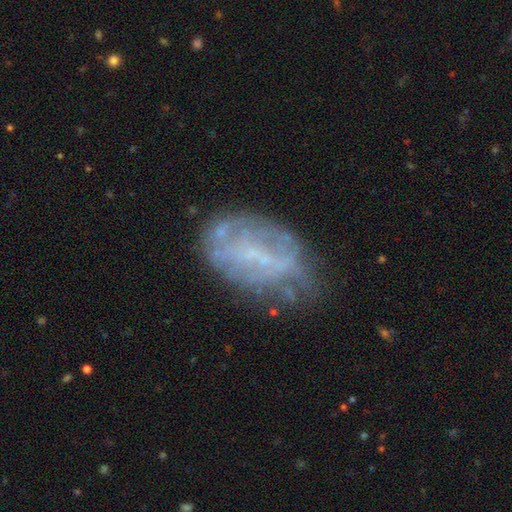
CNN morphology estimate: smooth_or_featured: featured or disk (p=0.61) [alt: smooth p=0.28]
disk_edge_on: no (p=0.96) [alt: yes p=0.04]
bar: no (p=0.50) [alt: weak p=0.36]
has_spiral_arms: no (p=0.66) [alt: yes p=0.34]
bulge_size: small (p=0.44) [alt: none p=0.43]
merging: none (p=0.55) [alt: minor disturbance p=0.26]